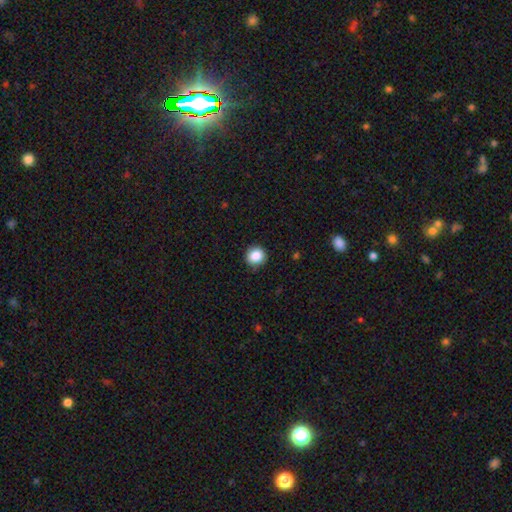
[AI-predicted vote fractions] Smooth or featured?
  - smooth: 87% *
  - star or artifact: 9%
  - featured or disk: 4%
How rounded?
  - round: 90% *
  - in between: 9%
  - cigar-shaped: 1%
Merging?
  - none: 89% *
  - minor disturbance: 8%
  - major disturbance: 2%
  - merger: 1%